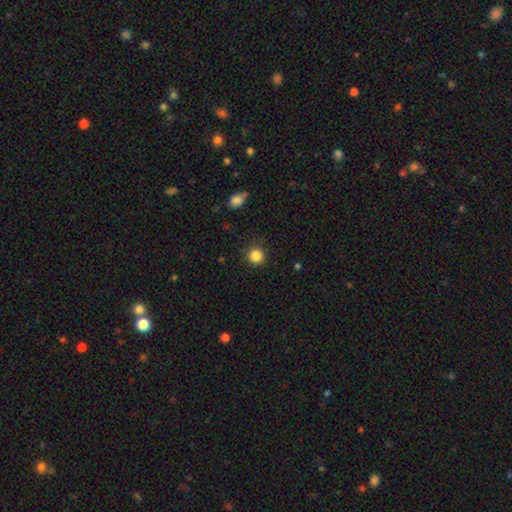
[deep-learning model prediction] Overall: smooth (86%). How rounded: round (94%). Merging: none (89%).